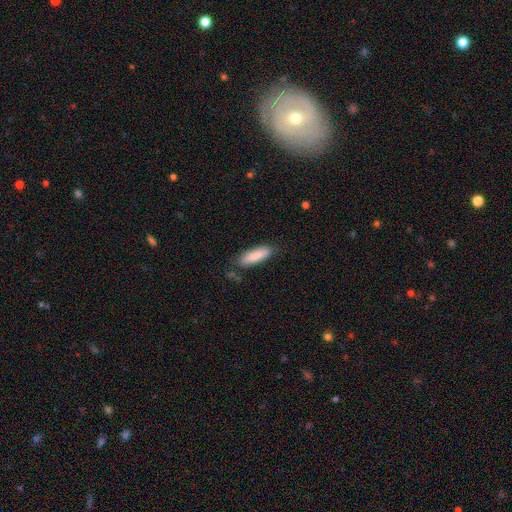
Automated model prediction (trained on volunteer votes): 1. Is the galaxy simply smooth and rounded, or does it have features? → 86% smooth, 8% featured or disk, 6% star or artifact.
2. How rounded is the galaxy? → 58% cigar-shaped, 41% in between, 1% round.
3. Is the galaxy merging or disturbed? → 79% none, 15% minor disturbance, 3% major disturbance, 2% merger.